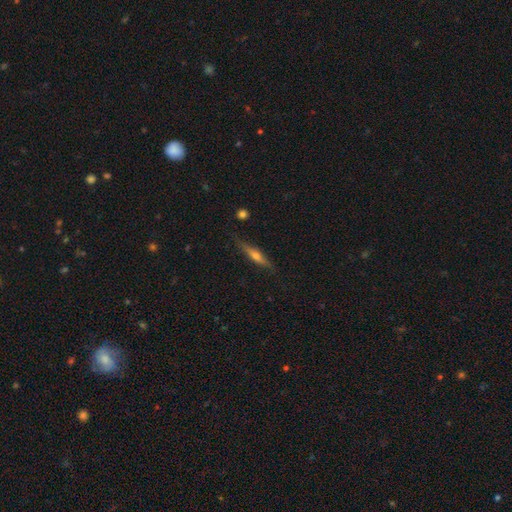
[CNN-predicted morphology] Smooth or featured?
  - featured or disk: 69% *
  - smooth: 24%
  - star or artifact: 7%
Edge-on disk?
  - yes: 96% *
  - no: 4%
Edge-on bulge?
  - rounded: 88% *
  - none: 7%
  - boxy: 6%
Merging?
  - none: 86% *
  - minor disturbance: 11%
  - major disturbance: 2%
  - merger: 1%